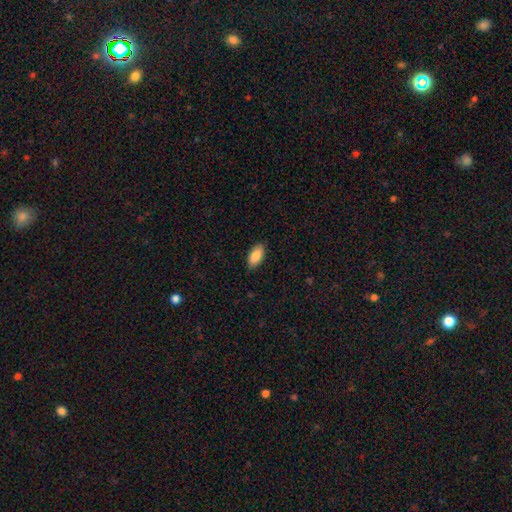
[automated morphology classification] smooth-or-featured: smooth: 87% | featured or disk: 7% | star or artifact: 6%
  how-rounded: in between: 92% | cigar-shaped: 6% | round: 2%
  merging: none: 88% | minor disturbance: 9% | major disturbance: 2% | merger: 1%